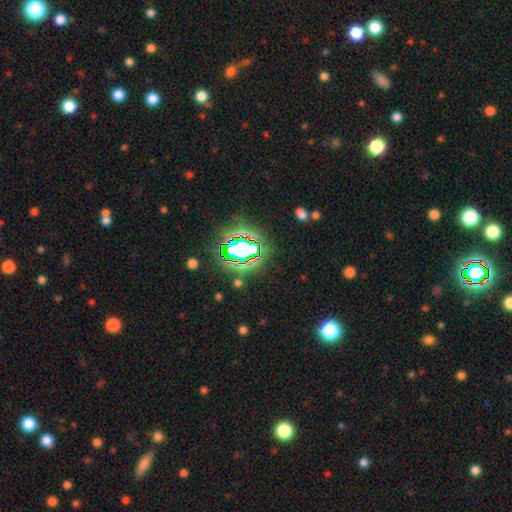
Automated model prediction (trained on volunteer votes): Smooth or featured: star or artifact — 81% (smooth — 12%)